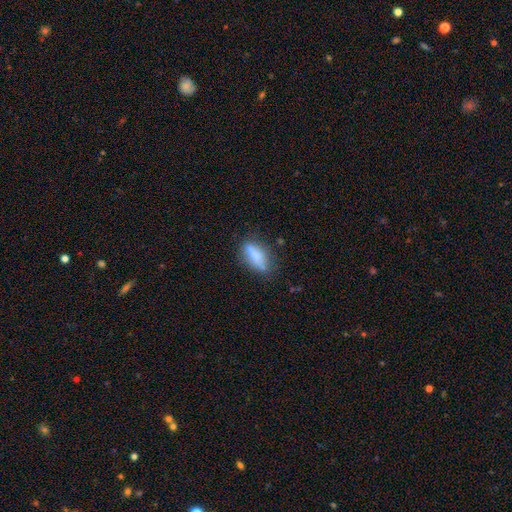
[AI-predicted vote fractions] Overall: smooth (76%). How rounded: in between (72%). Merging: none (66%).